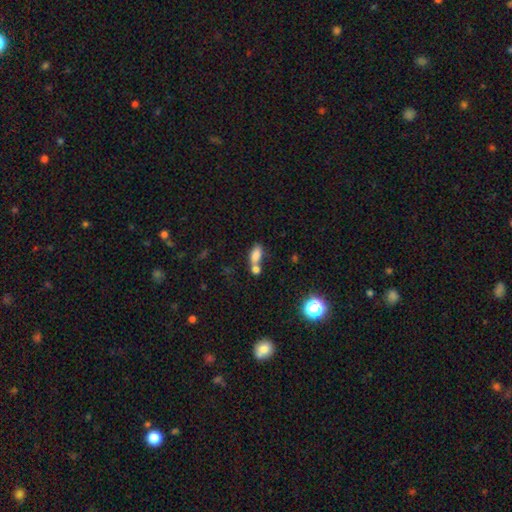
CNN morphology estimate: Smooth or featured: smooth — 79% (star or artifact — 11%)
How rounded: in between — 83% (cigar-shaped — 9%)
Merging: merger — 53% (none — 31%)